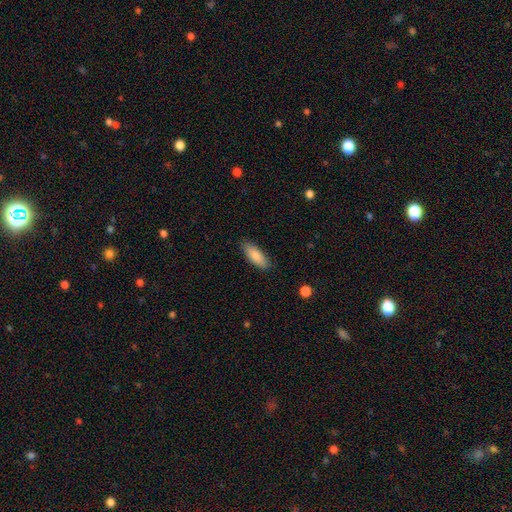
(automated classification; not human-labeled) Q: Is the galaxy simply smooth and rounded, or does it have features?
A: smooth — 86%.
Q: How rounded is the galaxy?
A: in between — 70%.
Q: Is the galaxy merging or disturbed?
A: none — 85%.